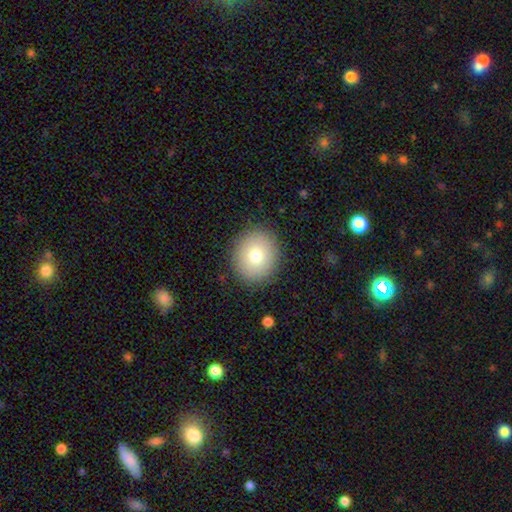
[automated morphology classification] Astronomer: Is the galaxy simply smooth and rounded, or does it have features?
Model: smooth — 77%.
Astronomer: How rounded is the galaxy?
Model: round — 75%.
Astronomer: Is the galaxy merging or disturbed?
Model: none — 88%.